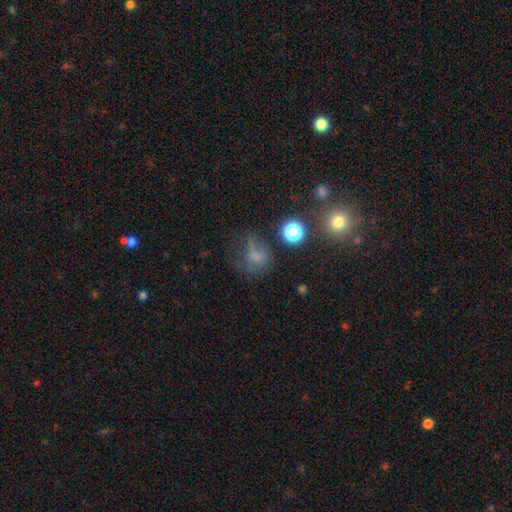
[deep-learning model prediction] A smooth galaxy with no disk features (59%) that is round (60%). Merging: none (36%).